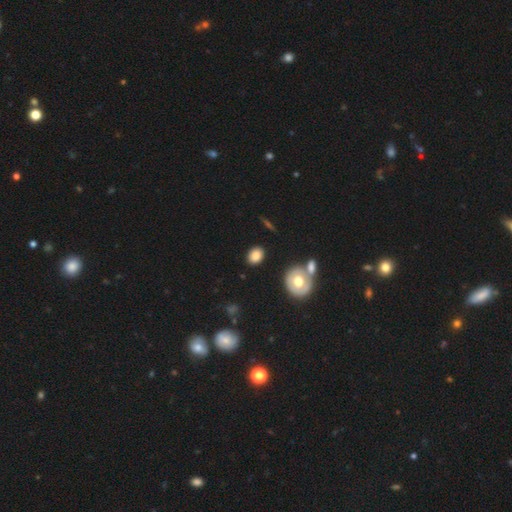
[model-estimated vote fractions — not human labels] Smooth or featured?
  - smooth: 79% *
  - featured or disk: 12%
  - star or artifact: 8%
How rounded?
  - in between: 59% *
  - round: 40%
  - cigar-shaped: 1%
Merging?
  - none: 84% *
  - minor disturbance: 9%
  - merger: 4%
  - major disturbance: 3%